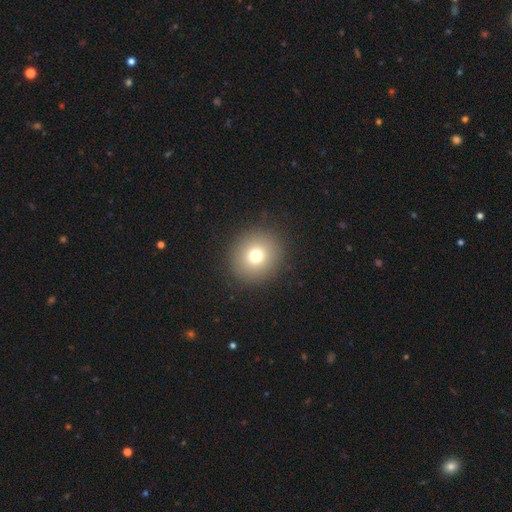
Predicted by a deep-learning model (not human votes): Q: Smooth or featured?
A: smooth (75%); runner-up: star or artifact (14%)
Q: How rounded?
A: round (91%); runner-up: in between (9%)
Q: Merging?
A: none (91%); runner-up: minor disturbance (5%)